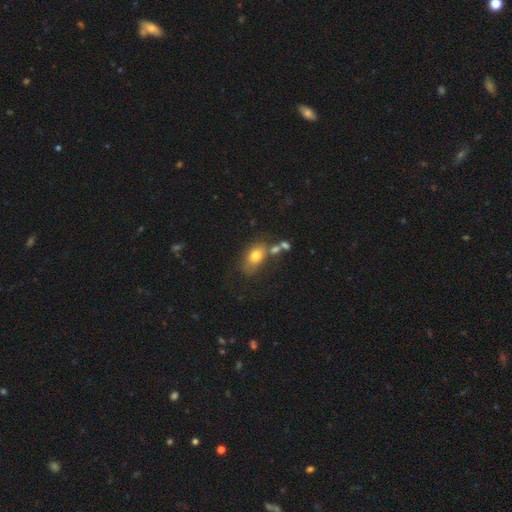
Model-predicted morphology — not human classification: Smooth or featured? Predicted: smooth (p=0.76). How rounded? Predicted: in between (p=0.83). Merging? Predicted: none (p=0.56).